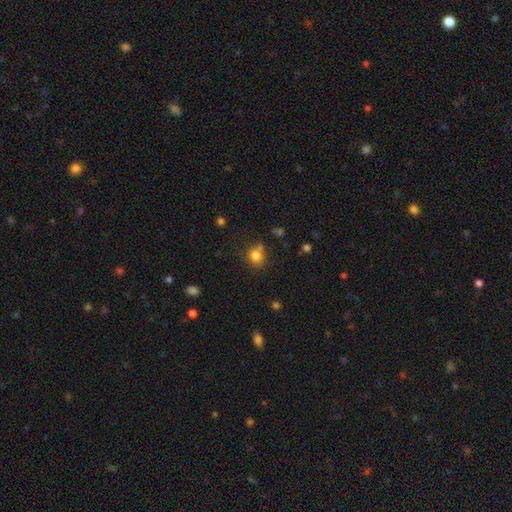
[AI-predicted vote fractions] Overall: smooth (81%). How rounded: round (82%). Merging: none (69%).